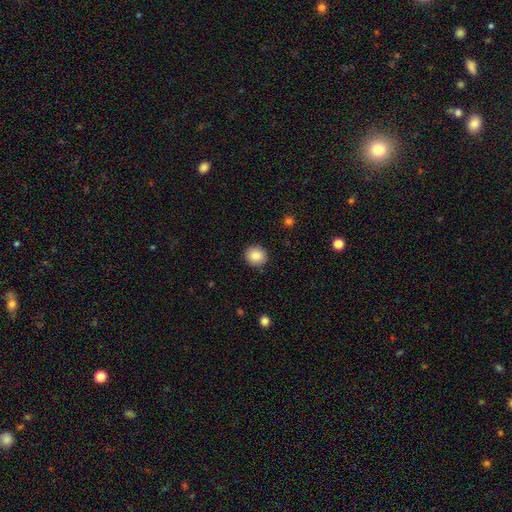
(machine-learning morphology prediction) Smooth or featured? smooth (87%)
How rounded? round (88%)
Merging? none (90%)